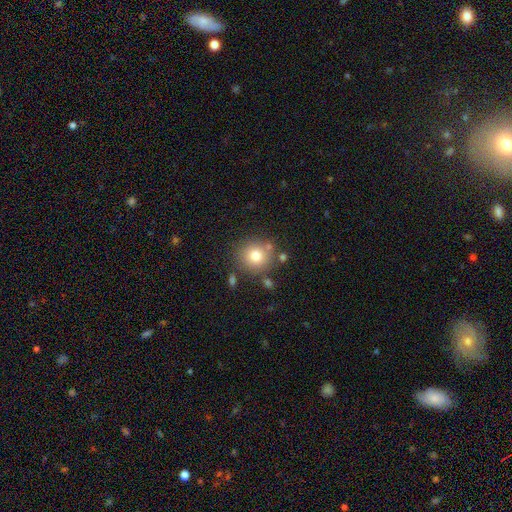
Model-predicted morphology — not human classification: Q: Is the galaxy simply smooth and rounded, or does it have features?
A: smooth — 78%.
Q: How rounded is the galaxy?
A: round — 90%.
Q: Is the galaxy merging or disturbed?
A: none — 77%.